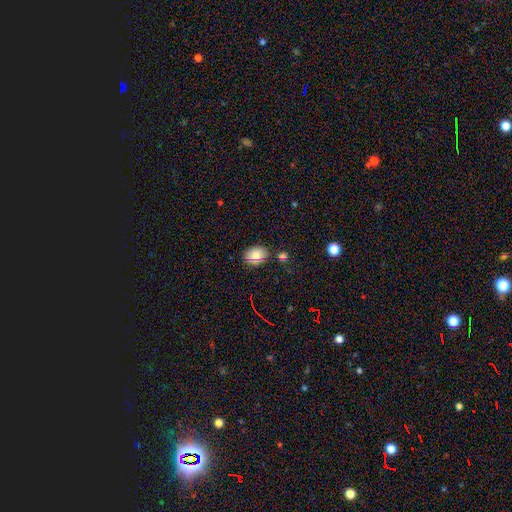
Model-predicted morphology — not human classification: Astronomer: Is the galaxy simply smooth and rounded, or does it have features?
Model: smooth — 78%.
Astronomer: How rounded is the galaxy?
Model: in between — 66%.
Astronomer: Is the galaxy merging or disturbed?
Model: none — 79%.